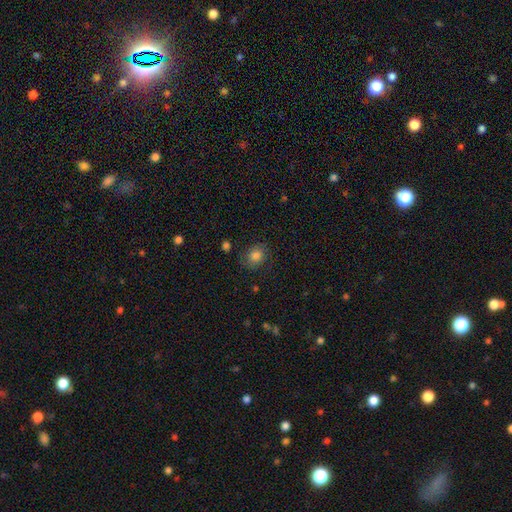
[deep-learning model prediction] The model was most divided on "how rounded": round: 60%, in between: 39%, cigar-shaped: 1%. More confident: smooth or featured — smooth (79%); merging — none (78%).